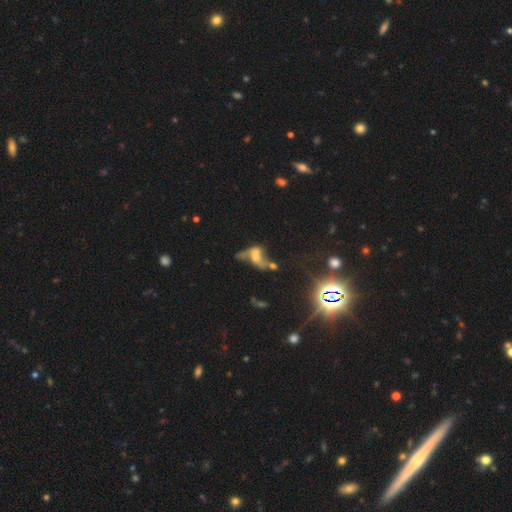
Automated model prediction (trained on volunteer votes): Q: Smooth or featured?
A: featured or disk (51%); runner-up: smooth (30%)
Q: Edge-on disk?
A: no (90%); runner-up: yes (10%)
Q: Merging?
A: merger (41%); runner-up: major disturbance (29%)